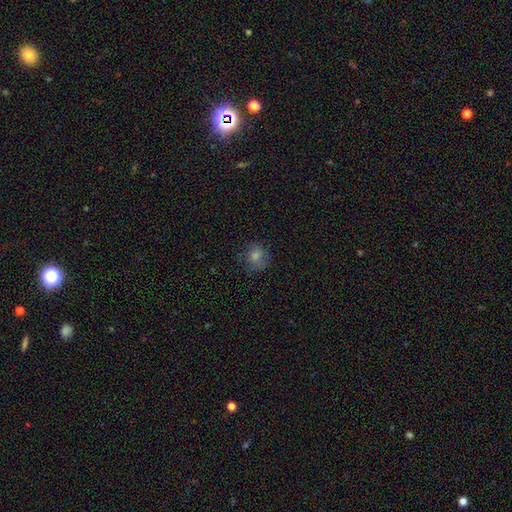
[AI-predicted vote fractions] smooth 62%, star or artifact 20%, featured or disk 18%. Down the decision tree: how rounded — round (78%); merging — none (72%).